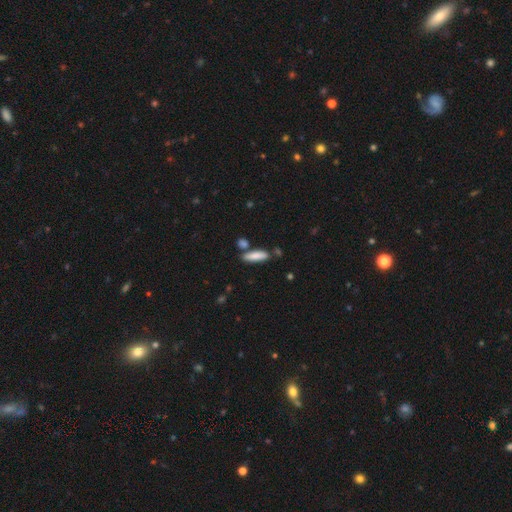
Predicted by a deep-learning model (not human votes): Overall: smooth (84%). How rounded: cigar-shaped (62%; in between 36%). Merging: none (72%).